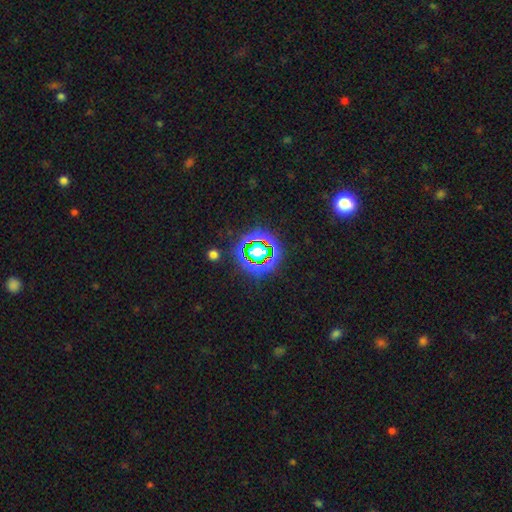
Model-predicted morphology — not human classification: A star or artifact, not a galaxy (68%).

Vote fractions:
- Smooth or featured? star or artifact: 68% / smooth: 21% / featured or disk: 11%